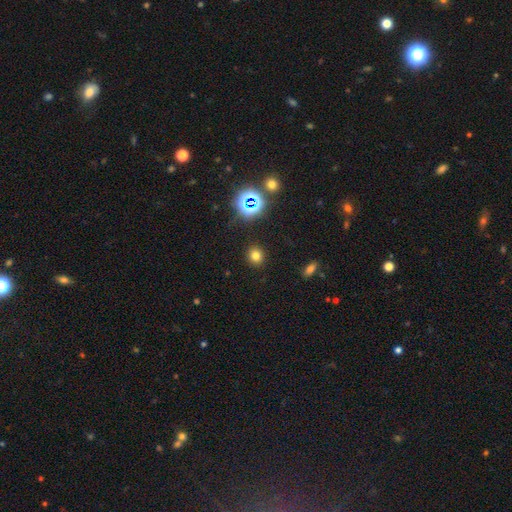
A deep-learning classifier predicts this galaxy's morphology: type=smooth (73%); roundness=round (84%); merging=none (90%).